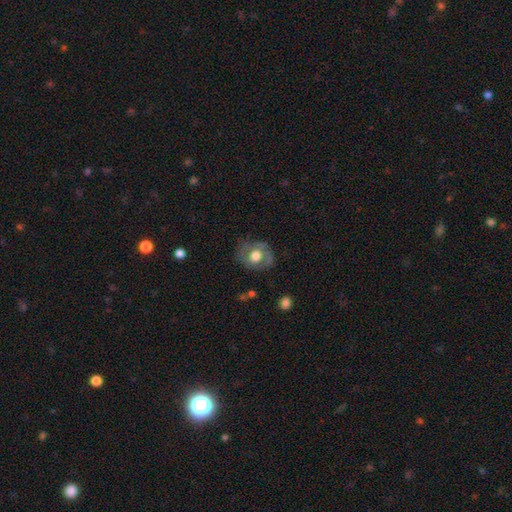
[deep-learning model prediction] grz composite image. It shows a smooth galaxy with no disk features (47%). Merging: none (68%).